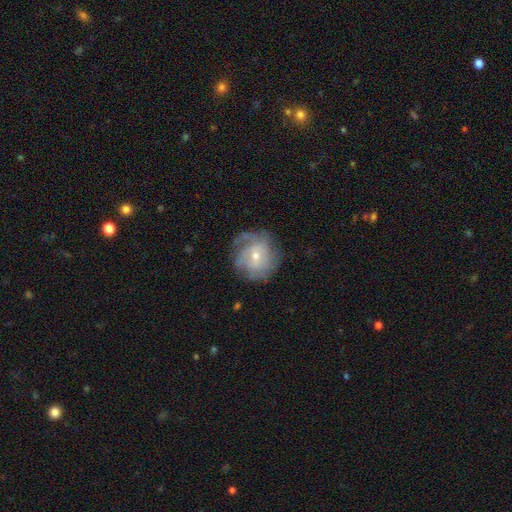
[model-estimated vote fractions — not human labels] Morphology: type=featured or disk (71%); edge-on=no (97%); bar=no (64%); spiral arms=yes (86%); winding=tight (58%); arm count=can't tell (46%); bulge=small (55%); merging=none (69%).